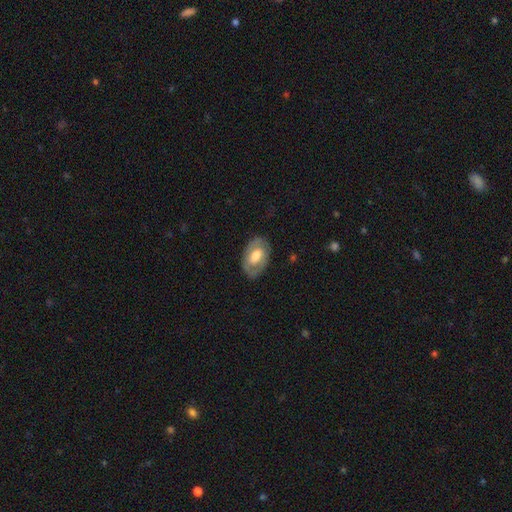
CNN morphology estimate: This appears to be a featured or disk galaxy (50%). Merging: none (79%).